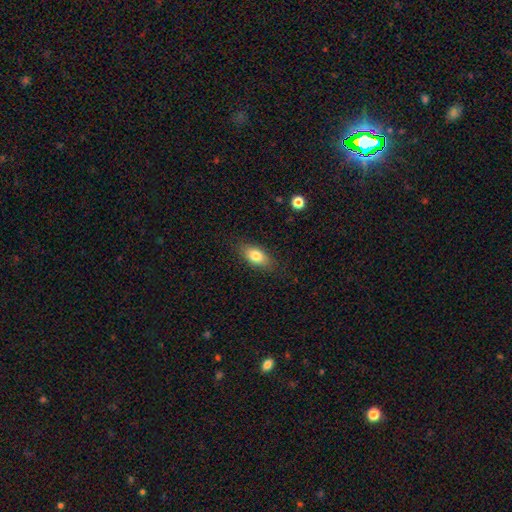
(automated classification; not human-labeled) This appears to be a smooth galaxy with no disk features (79%) that is in between round and cigar-shaped (85%). Merging: none (83%).